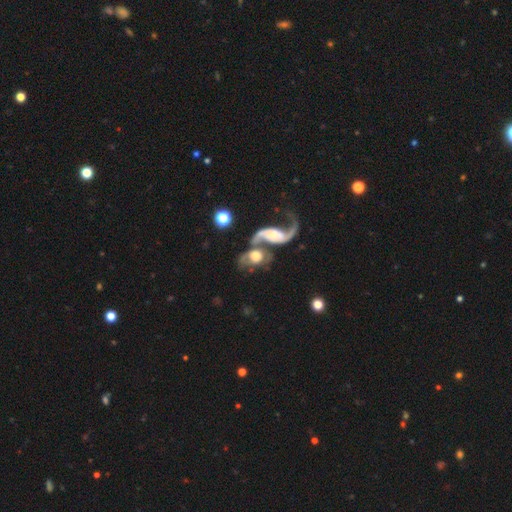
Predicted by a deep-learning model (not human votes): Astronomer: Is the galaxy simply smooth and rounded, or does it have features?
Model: featured or disk — 66%.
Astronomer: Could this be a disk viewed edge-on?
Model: no — 94%.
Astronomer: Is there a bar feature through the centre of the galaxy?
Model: no — 56% (runner-up: weak, 34%).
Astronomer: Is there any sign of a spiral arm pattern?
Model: yes — 85%.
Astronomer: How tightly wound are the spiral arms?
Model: loose — 76%.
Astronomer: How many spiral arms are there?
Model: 2 — 77%.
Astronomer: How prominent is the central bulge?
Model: moderate — 34% (runner-up: large, 27%).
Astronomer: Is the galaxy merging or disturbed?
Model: merger — 64%.